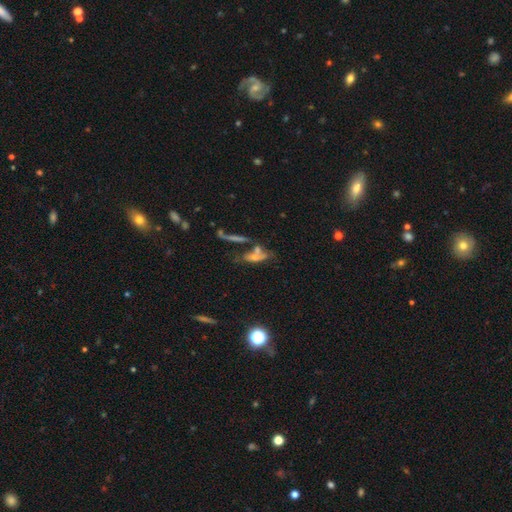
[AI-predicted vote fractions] The model was most divided on "smooth or featured": smooth: 44%, featured or disk: 42%, star or artifact: 14%. Remaining: merging — merger (43%).